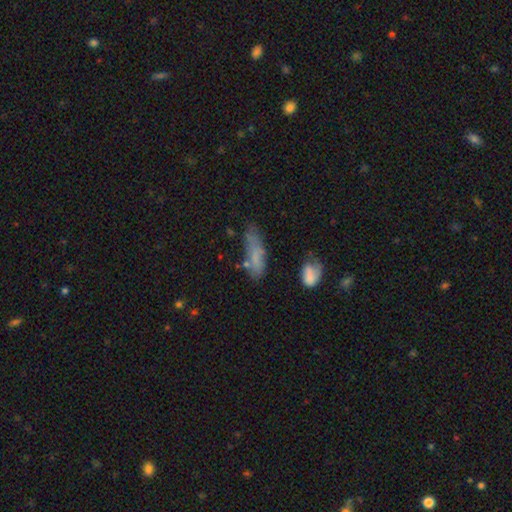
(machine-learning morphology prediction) The model was most divided on "how rounded": cigar-shaped: 52%, in between: 45%, round: 3%. More confident: smooth or featured — smooth (69%); merging — none (53%).